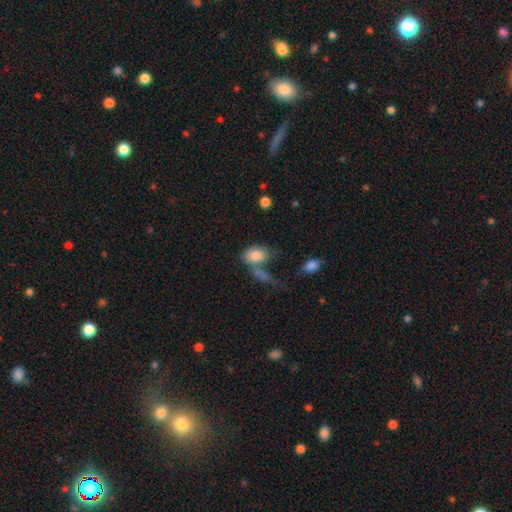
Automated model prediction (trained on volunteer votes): smooth-or-featured: smooth: 82% | featured or disk: 10% | star or artifact: 8%
  how-rounded: in between: 85% | round: 13% | cigar-shaped: 2%
  merging: merger: 42% | none: 29% | major disturbance: 16% | minor disturbance: 13%